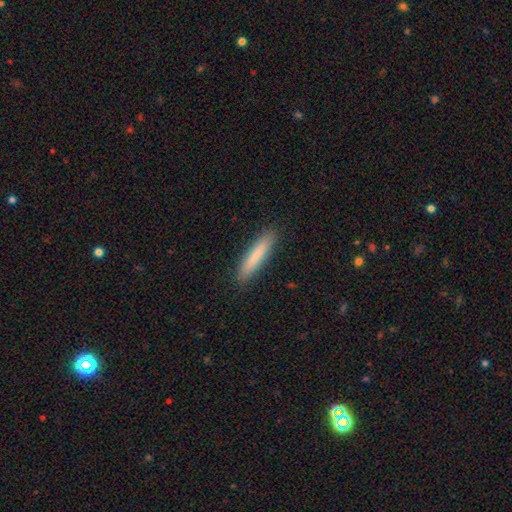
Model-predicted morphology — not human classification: The model was most divided on "smooth or featured": smooth: 82%, featured or disk: 12%, star or artifact: 6%. More confident: merging — none (91%); how rounded — cigar-shaped (90%).